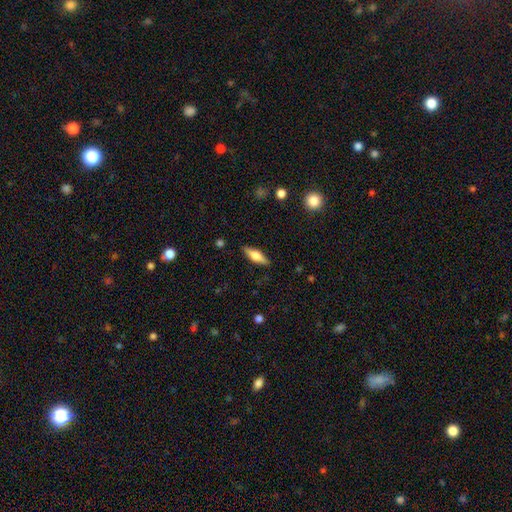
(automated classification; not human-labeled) Smooth or featured?
  - smooth: 53% *
  - featured or disk: 41%
  - star or artifact: 6%
How rounded?
  - cigar-shaped: 52% *
  - in between: 45%
  - round: 3%
Merging?
  - none: 88% *
  - minor disturbance: 9%
  - major disturbance: 2%
  - merger: 1%